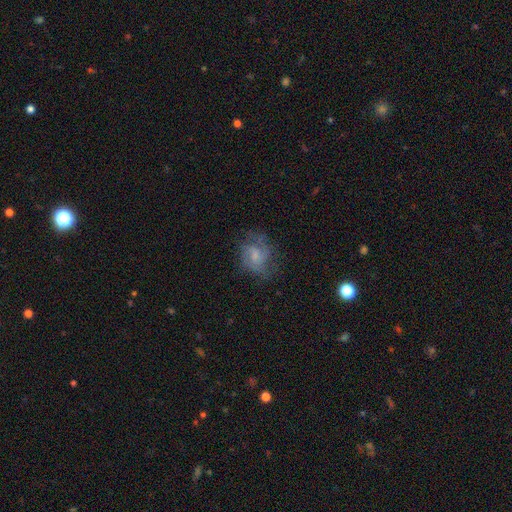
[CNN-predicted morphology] This is possibly a featured or disk galaxy (54%). It is clearly not viewed edge-on (97%). Bar: possibly no (55%). Spiral arm pattern: likely yes (78%). Central bulge: marginally small (44%). Merging: possibly none (58%).